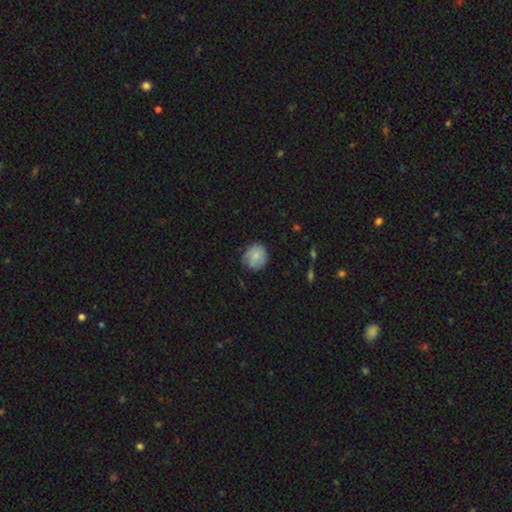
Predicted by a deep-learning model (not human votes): Smooth or featured: smooth — 76% (featured or disk — 16%)
How rounded: round — 81% (in between — 18%)
Merging: none — 74% (minor disturbance — 21%)